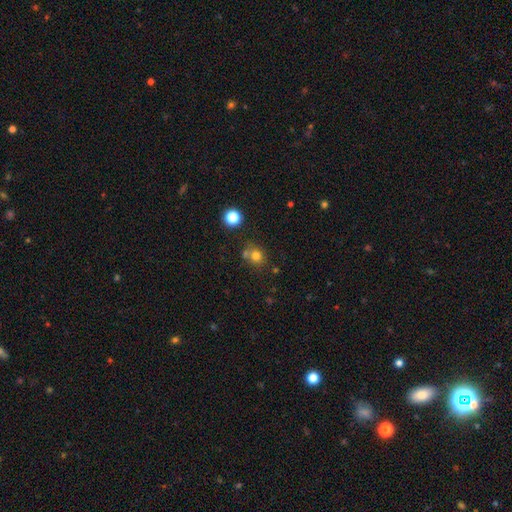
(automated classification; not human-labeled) Overall: smooth (75%). How rounded: round (79%). Merging: none (61%; merger 24%).